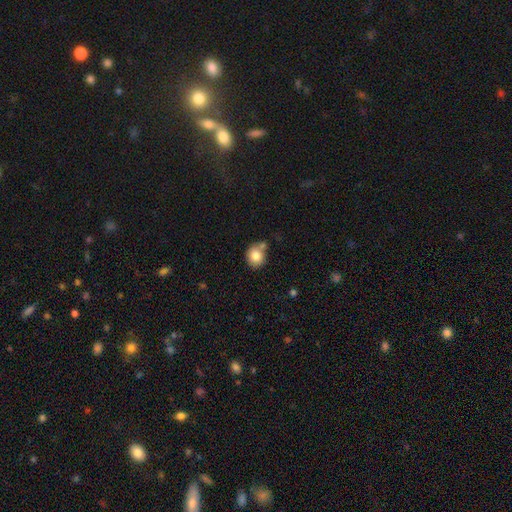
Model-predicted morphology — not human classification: This is clearly a smooth galaxy (81%). How rounded: likely round (70%). Merging: possibly none (55%).